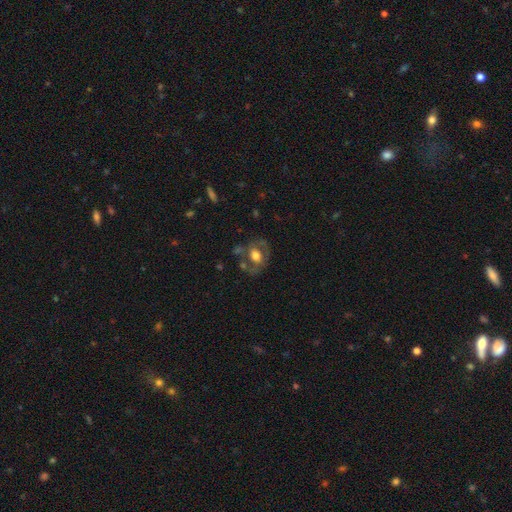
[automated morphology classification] Smooth or featured: featured or disk — 48% (smooth — 44%)
Merging: none — 58% (minor disturbance — 21%)